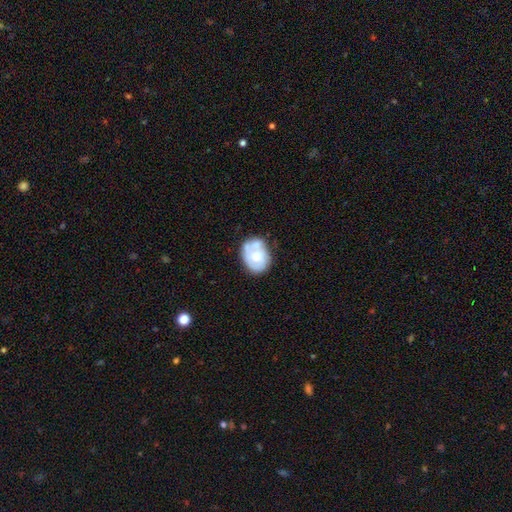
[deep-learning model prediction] Morphology: type=featured or disk (49%); merging=none (39%).